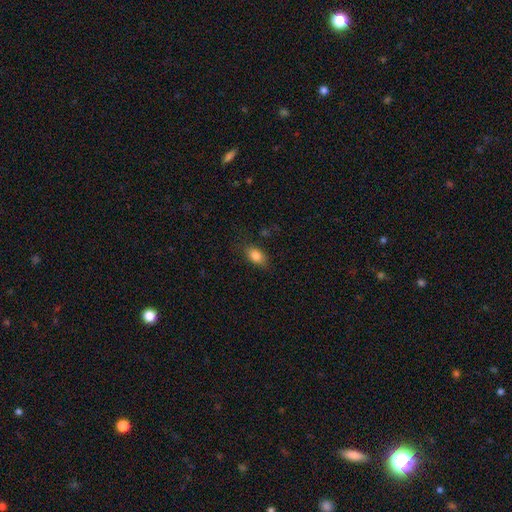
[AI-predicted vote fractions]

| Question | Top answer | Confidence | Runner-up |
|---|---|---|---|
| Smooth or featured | smooth | 83% | star or artifact (9%) |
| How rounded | in between | 87% | round (9%) |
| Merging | none | 82% | minor disturbance (14%) |